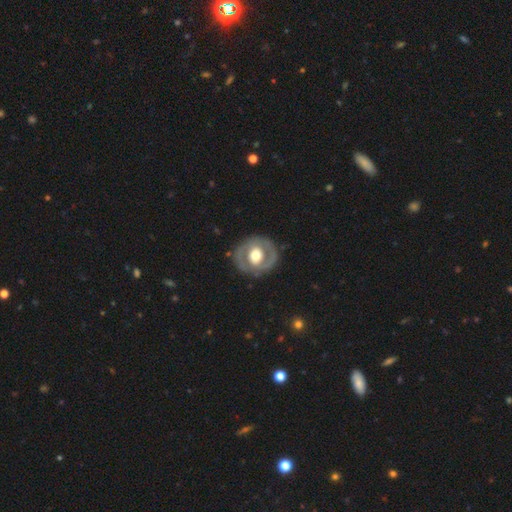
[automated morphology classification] This is likely a featured or disk galaxy (66%). It is clearly not viewed edge-on (96%). Bar: possibly no (57%). Spiral arm pattern: possibly no (57%). Central bulge: likely moderate (60%). Merging: clearly none (82%).